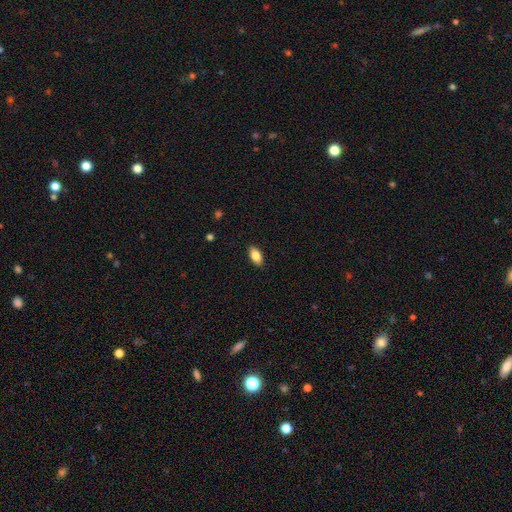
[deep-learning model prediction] Overall: smooth (83%). How rounded: in between (90%). Merging: none (88%).